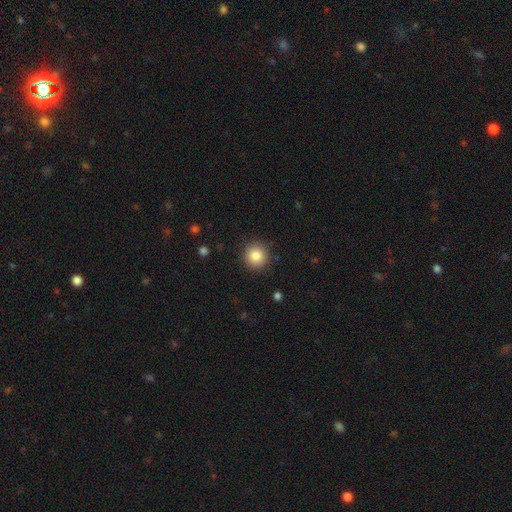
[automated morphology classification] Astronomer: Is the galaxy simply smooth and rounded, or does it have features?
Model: smooth — 84%.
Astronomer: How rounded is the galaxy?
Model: round — 94%.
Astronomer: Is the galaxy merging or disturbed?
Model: none — 91%.